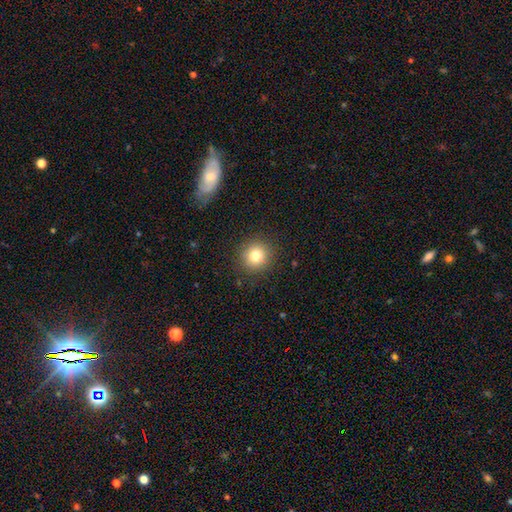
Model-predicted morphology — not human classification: type=smooth (80%); roundness=round (92%); merging=none (90%).